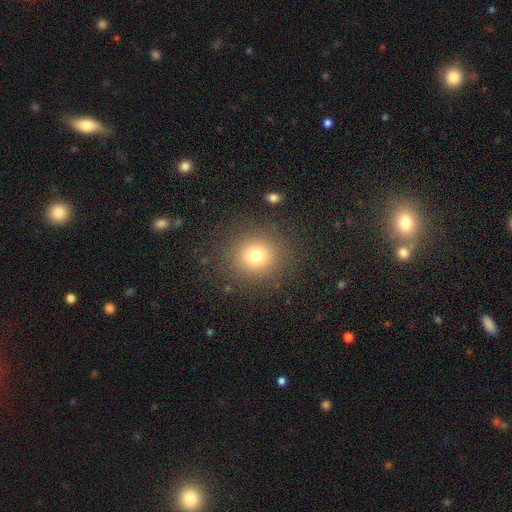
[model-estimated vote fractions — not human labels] Smooth or featured? Predicted: smooth (p=0.75). How rounded? Predicted: round (p=0.89). Merging? Predicted: none (p=0.87).